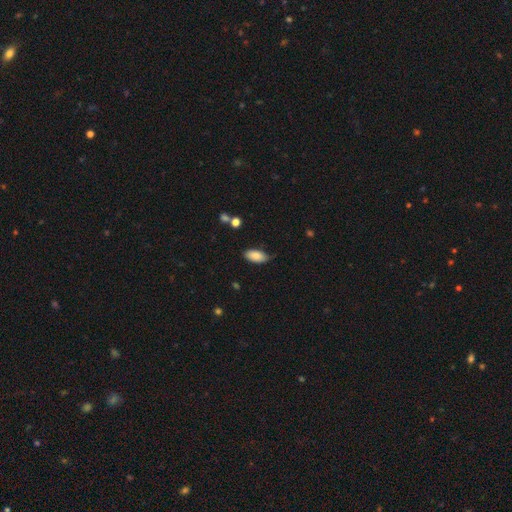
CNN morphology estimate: The model was most divided on "merging": none: 72%, minor disturbance: 22%, major disturbance: 4%, merger: 2%. More confident: how rounded — in between (92%); smooth or featured — smooth (84%).